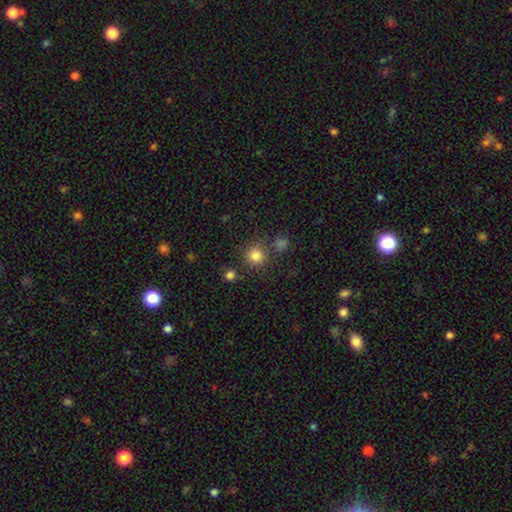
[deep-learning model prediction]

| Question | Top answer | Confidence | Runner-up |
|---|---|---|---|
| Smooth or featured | smooth | 82% | star or artifact (13%) |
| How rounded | round | 94% | in between (5%) |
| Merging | none | 78% | merger (10%) |